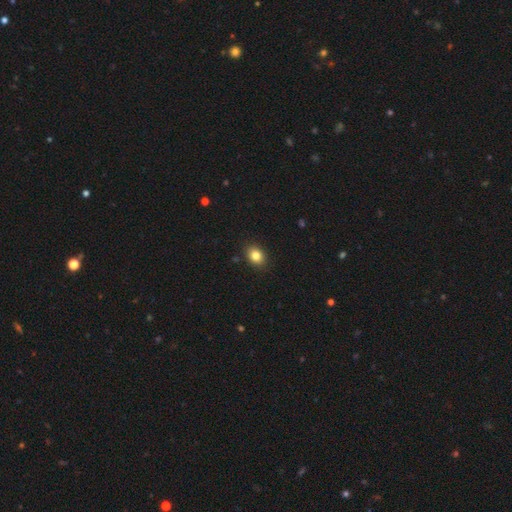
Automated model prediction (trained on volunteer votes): Morphology: type=smooth (84%); roundness=in between (55%); merging=none (88%).